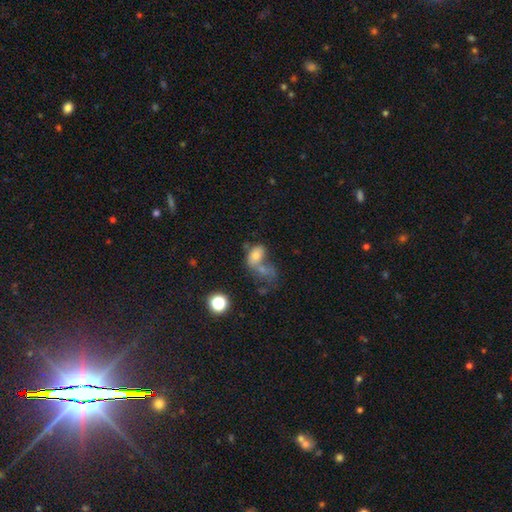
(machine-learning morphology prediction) The model was most divided on "merging": merger: 56%, none: 20%, major disturbance: 14%, minor disturbance: 10%. More confident: how rounded — in between (82%); smooth or featured — smooth (70%).